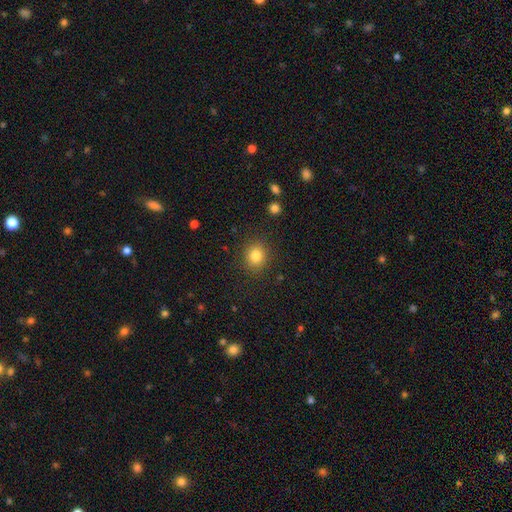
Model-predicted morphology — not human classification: The model was most divided on "how rounded": round: 79%, in between: 20%, cigar-shaped: 1%. More confident: merging — none (88%); smooth or featured — smooth (82%).